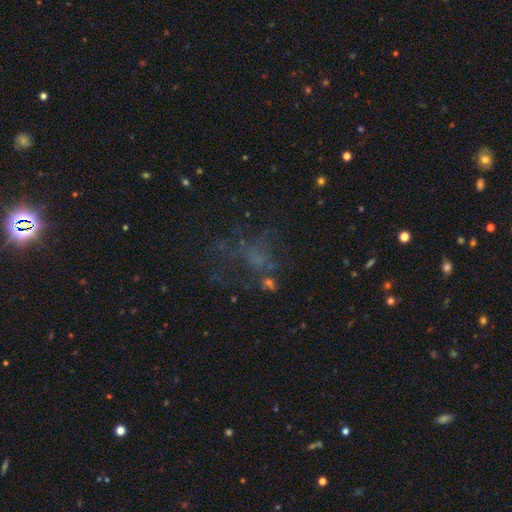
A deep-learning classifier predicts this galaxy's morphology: A featured or disk galaxy (36%).

Vote fractions:
- Smooth or featured? featured or disk: 36% / smooth: 32% / star or artifact: 32%
- Merging? none: 43% / major disturbance: 35% / minor disturbance: 16% / merger: 6%